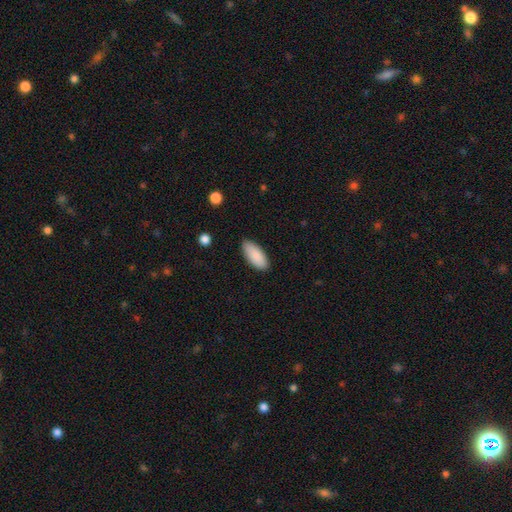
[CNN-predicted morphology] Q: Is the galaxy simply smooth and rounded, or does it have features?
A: smooth — 90%.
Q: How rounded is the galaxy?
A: in between — 86%.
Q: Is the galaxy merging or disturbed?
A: none — 86%.